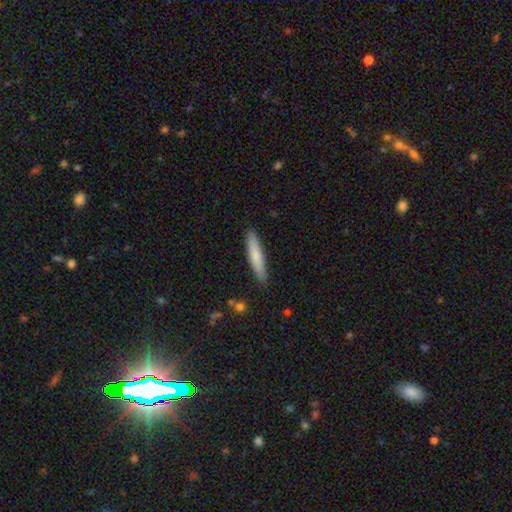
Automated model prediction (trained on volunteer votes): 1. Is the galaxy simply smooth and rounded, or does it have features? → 73% smooth, 21% featured or disk, 6% star or artifact.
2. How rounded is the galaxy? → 91% cigar-shaped, 8% in between, 1% round.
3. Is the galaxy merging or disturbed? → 89% none, 8% minor disturbance, 2% major disturbance, 1% merger.